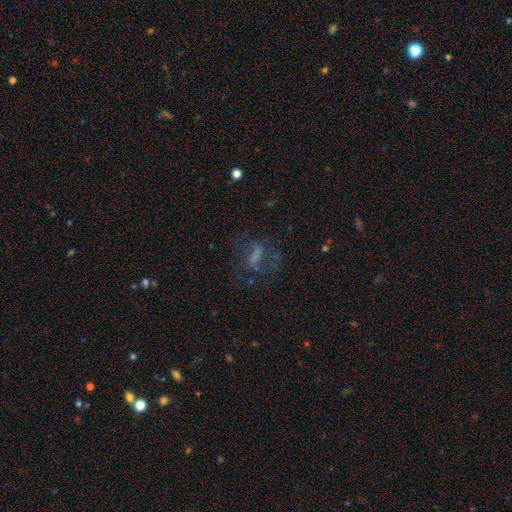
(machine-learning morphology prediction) This is marginally a featured or disk galaxy (42%). Merging: possibly none (52%).